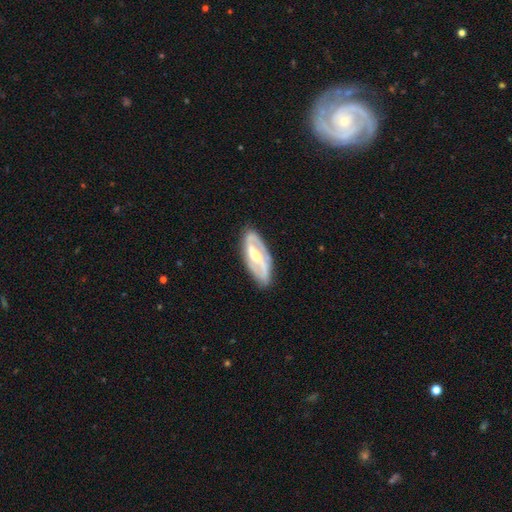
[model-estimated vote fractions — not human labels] This is clearly a featured or disk galaxy (83%). It is clearly not viewed edge-on (90%). Bar: possibly strong (52%). Spiral arm pattern: clearly yes (84%). Spiral arm count: clearly 2 (85%). Spiral winding: marginally medium (44%). Central bulge: likely moderate (63%). Merging: clearly none (84%).